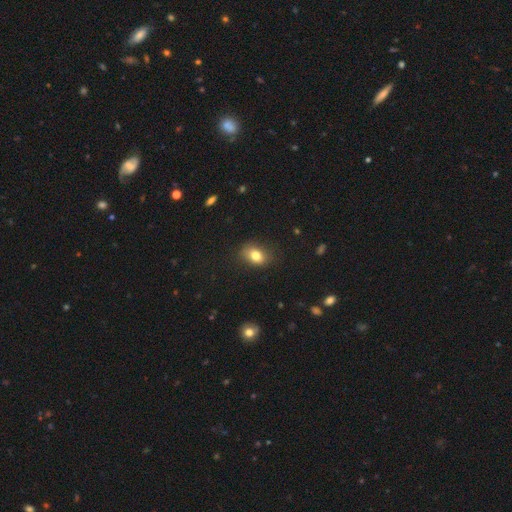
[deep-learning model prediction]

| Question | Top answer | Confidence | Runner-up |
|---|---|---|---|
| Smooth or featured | smooth | 79% | star or artifact (10%) |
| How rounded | in between | 71% | round (27%) |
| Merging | none | 79% | minor disturbance (16%) |